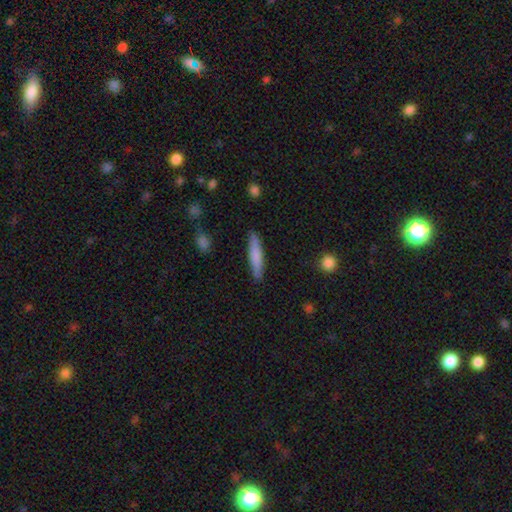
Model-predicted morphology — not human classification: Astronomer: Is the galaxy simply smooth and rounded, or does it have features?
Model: smooth — 76%.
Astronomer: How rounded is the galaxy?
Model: cigar-shaped — 89%.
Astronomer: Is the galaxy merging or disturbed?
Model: none — 88%.